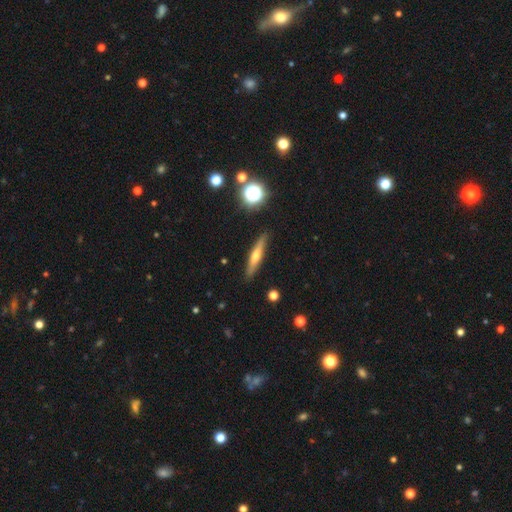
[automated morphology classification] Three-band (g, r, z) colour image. It shows a featured or disk galaxy (47%). Merging: none (88%).